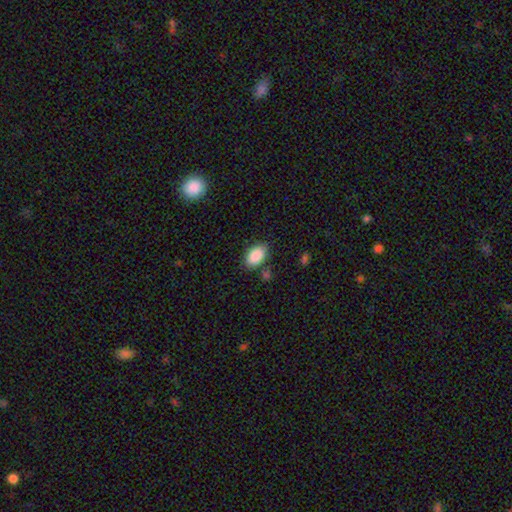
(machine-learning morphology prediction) smooth-or-featured: smooth: 89% | star or artifact: 7% | featured or disk: 5%
  how-rounded: in between: 93% | round: 6% | cigar-shaped: 1%
  merging: none: 80% | minor disturbance: 12% | merger: 4% | major disturbance: 3%